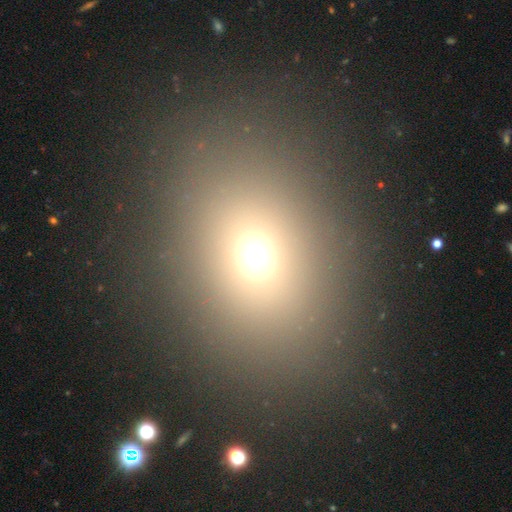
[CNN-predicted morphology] Smooth or featured? smooth (68%)
How rounded? in between (52%)
Merging? none (86%)